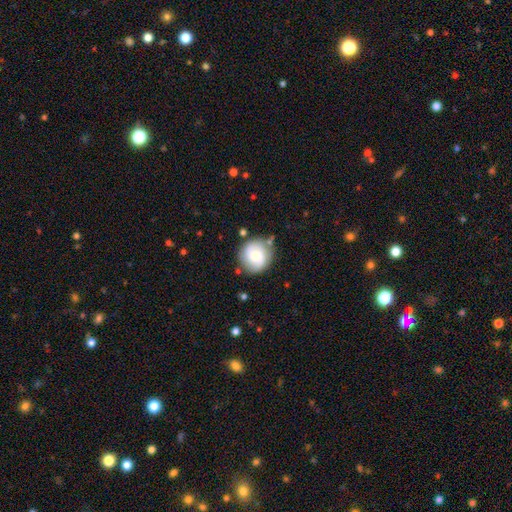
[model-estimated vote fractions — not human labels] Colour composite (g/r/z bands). It shows a smooth galaxy with no disk features (52%) that is round (90%). Merging: none (75%).